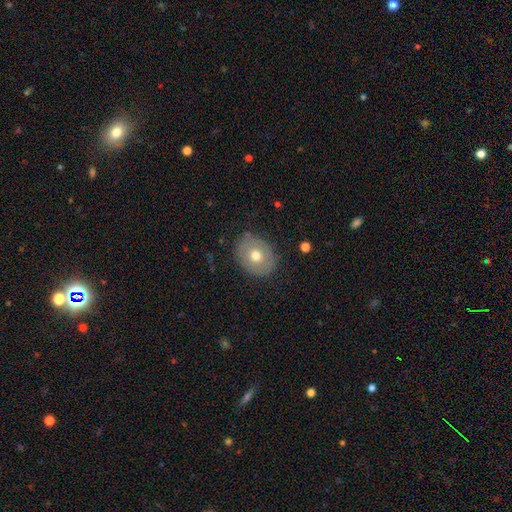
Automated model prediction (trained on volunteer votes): smooth 58%, featured or disk 33%, star or artifact 9%. Down the decision tree: how rounded — in between (52%); merging — none (83%).